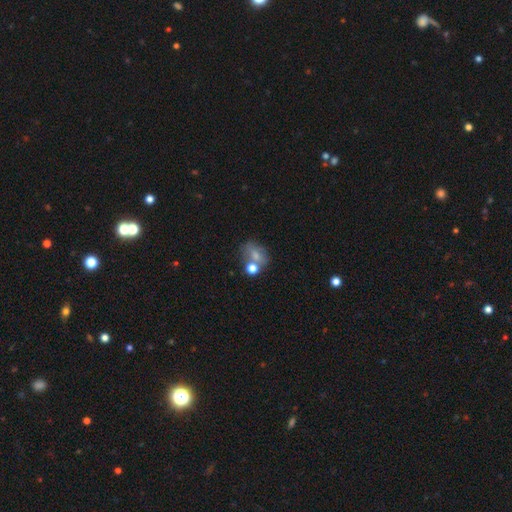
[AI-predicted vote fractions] Morphology: type=smooth (66%); roundness=in between (60%); merging=none (41%).